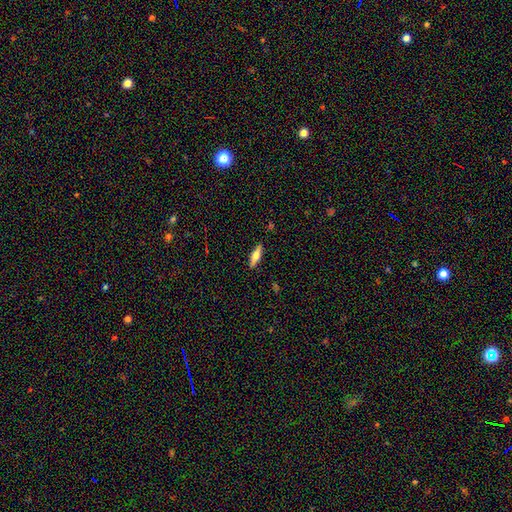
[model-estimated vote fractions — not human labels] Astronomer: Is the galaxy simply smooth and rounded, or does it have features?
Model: smooth — 47% (runner-up: featured or disk, 46%).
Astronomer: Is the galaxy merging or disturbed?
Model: none — 89%.